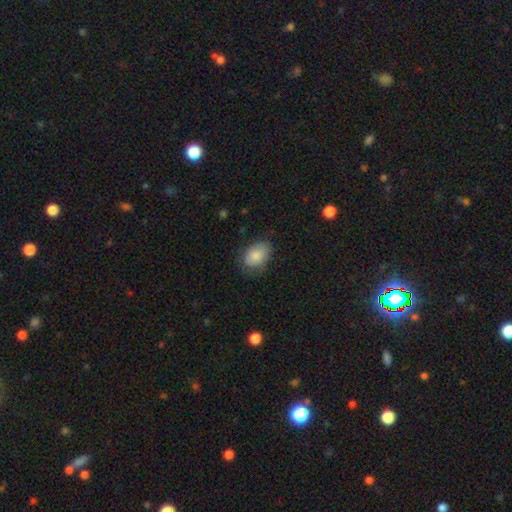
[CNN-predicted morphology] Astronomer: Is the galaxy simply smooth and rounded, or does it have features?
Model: smooth — 83%.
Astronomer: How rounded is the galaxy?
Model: in between — 83%.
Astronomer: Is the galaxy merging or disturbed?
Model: none — 69%.